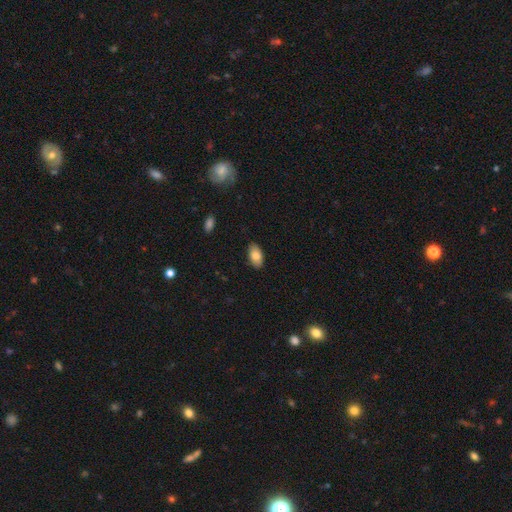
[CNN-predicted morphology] type=smooth (80%); roundness=in between (94%); merging=none (87%).